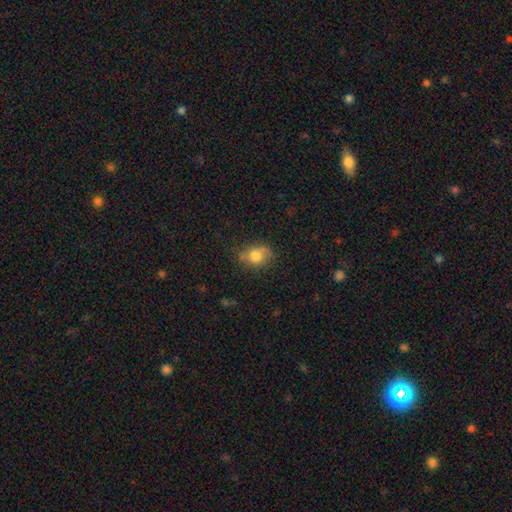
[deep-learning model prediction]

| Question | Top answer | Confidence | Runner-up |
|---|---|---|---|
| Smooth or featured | smooth | 75% | featured or disk (15%) |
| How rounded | in between | 52% | round (46%) |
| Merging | none | 66% | minor disturbance (25%) |